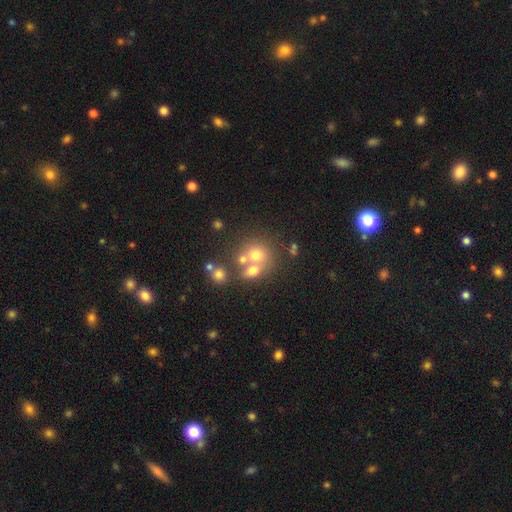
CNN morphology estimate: Overall: smooth (64%). How rounded: round (78%). Merging: none (44%; merger 43%).